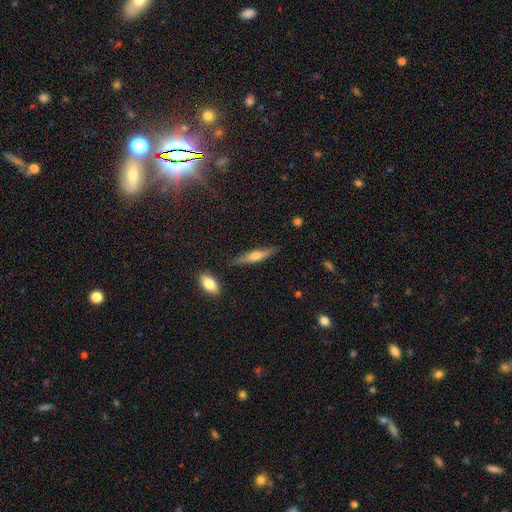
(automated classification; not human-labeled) Q: Smooth or featured?
A: smooth (49%); runner-up: featured or disk (44%)
Q: Merging?
A: none (81%); runner-up: minor disturbance (13%)